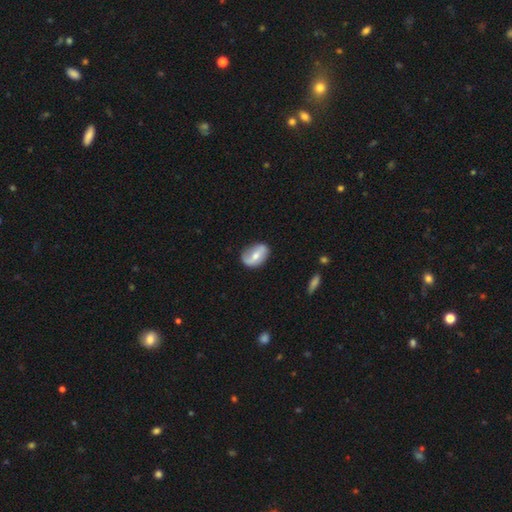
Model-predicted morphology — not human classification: featured or disk 54%, smooth 40%, star or artifact 6%. Down the decision tree: edge-on disk — no (93%); bar — weak (36%); spiral arms — yes (65%); bulge size — moderate (61%); merging — none (75%).